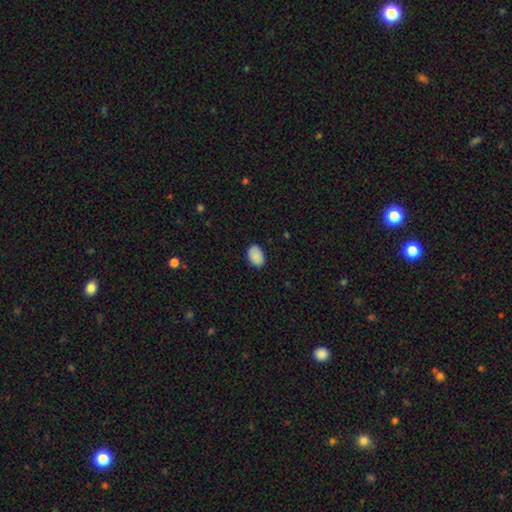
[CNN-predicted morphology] This is clearly a smooth galaxy (90%). How rounded: clearly in between (86%). Merging: clearly none (86%).